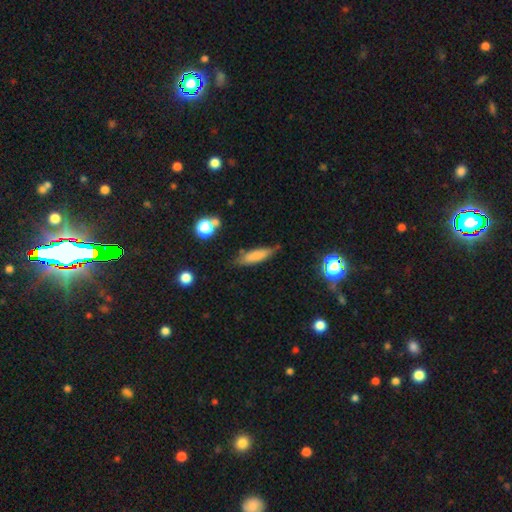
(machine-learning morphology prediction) Smooth or featured: smooth — 78% (featured or disk — 14%)
How rounded: cigar-shaped — 62% (in between — 36%)
Merging: none — 72% (minor disturbance — 20%)